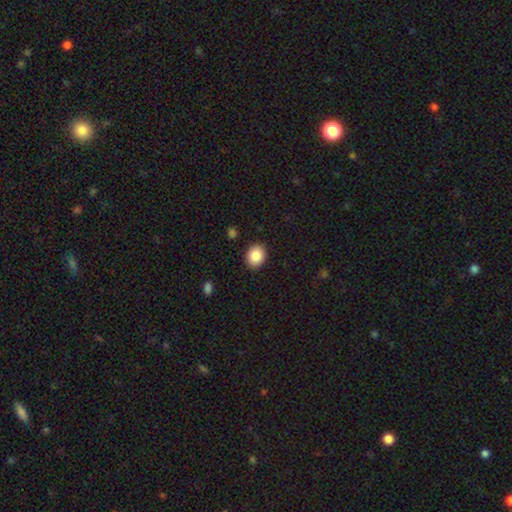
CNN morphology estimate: Overall: smooth (87%). How rounded: round (56%; in between 43%). Merging: none (90%).